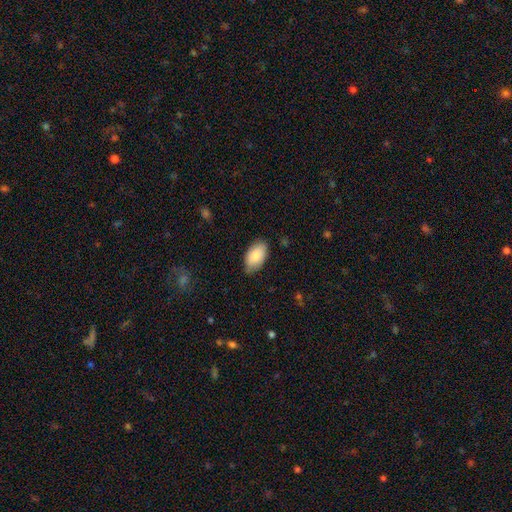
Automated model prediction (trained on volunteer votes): smooth-or-featured: smooth: 86% | featured or disk: 8% | star or artifact: 6%
  how-rounded: in between: 95% | round: 3% | cigar-shaped: 2%
  merging: none: 80% | minor disturbance: 16% | major disturbance: 3% | merger: 1%